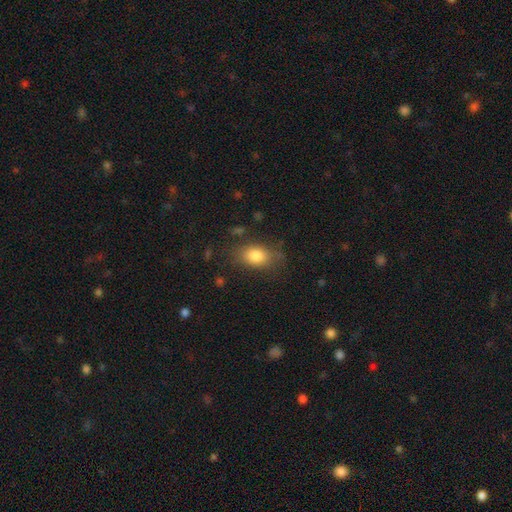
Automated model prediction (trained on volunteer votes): smooth 81%, featured or disk 10%, star or artifact 9%. Down the decision tree: how rounded — in between (82%); merging — none (74%).